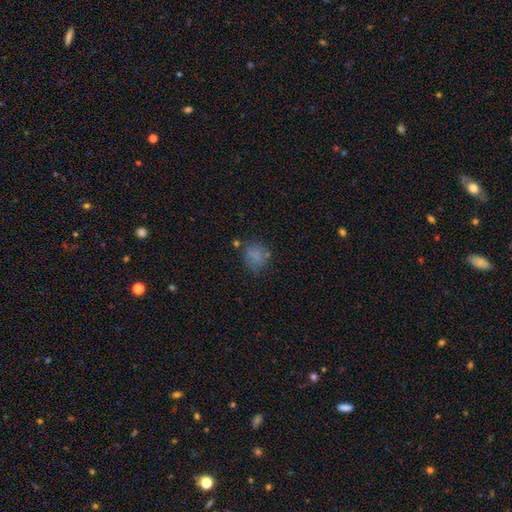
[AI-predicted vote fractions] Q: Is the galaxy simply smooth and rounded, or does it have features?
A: smooth — 77%.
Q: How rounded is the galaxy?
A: round — 75%.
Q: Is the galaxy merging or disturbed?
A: none — 64%.